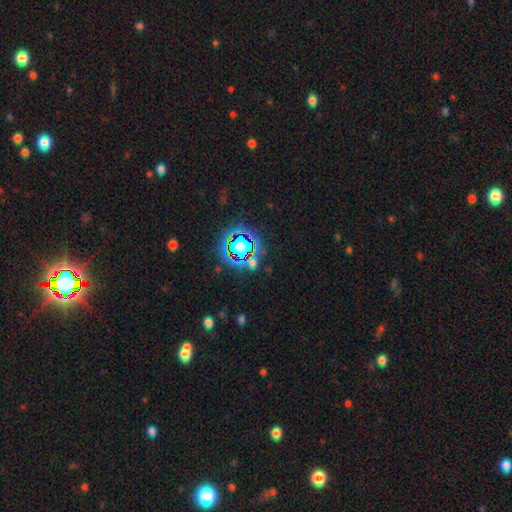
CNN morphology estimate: smooth_or_featured: star or artifact (p=0.82) [alt: smooth p=0.10]